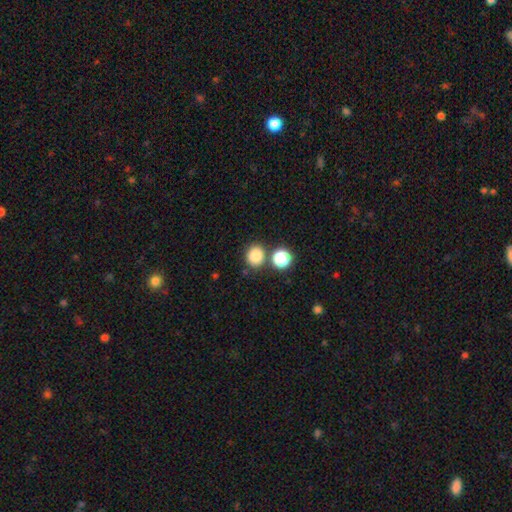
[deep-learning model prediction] Smooth or featured? Predicted: smooth (p=0.82). How rounded? Predicted: round (p=0.80). Merging? Predicted: none (p=0.75).